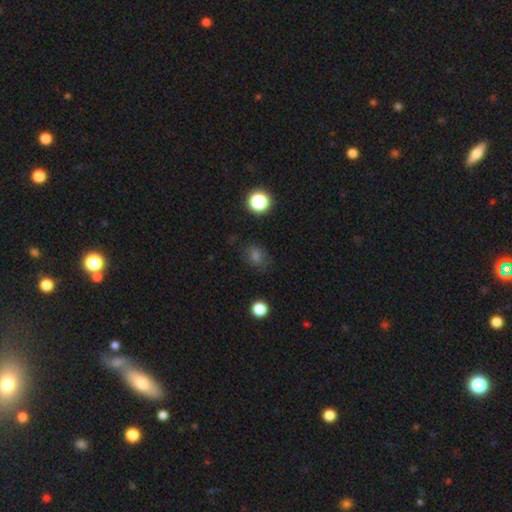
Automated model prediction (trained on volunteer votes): A smooth galaxy with no disk features (66%) that is in between round and cigar-shaped (59%).

Vote fractions:
- Smooth or featured? smooth: 66% / star or artifact: 24% / featured or disk: 11%
- How rounded? in between: 59% / round: 39% / cigar-shaped: 2%
- Merging? none: 75% / minor disturbance: 17% / major disturbance: 6% / merger: 2%